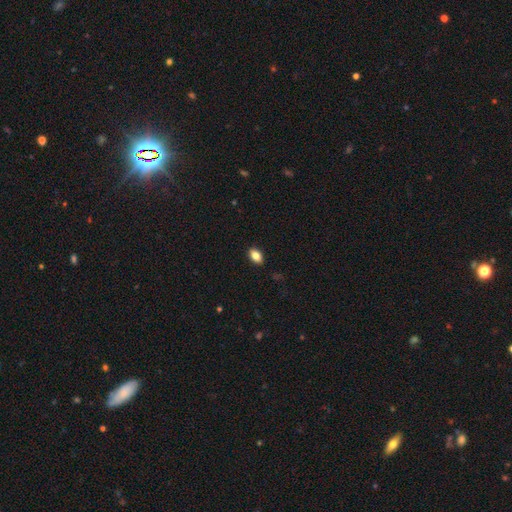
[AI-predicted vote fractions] Smooth or featured: smooth — 83% (star or artifact — 9%)
How rounded: in between — 88% (round — 9%)
Merging: none — 89% (minor disturbance — 8%)